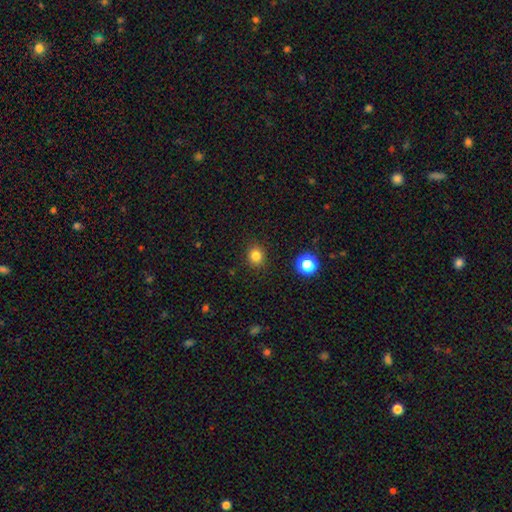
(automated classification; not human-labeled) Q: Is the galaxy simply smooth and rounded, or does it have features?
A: smooth — 82%.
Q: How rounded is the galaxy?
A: round — 82%.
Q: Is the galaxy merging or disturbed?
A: none — 89%.